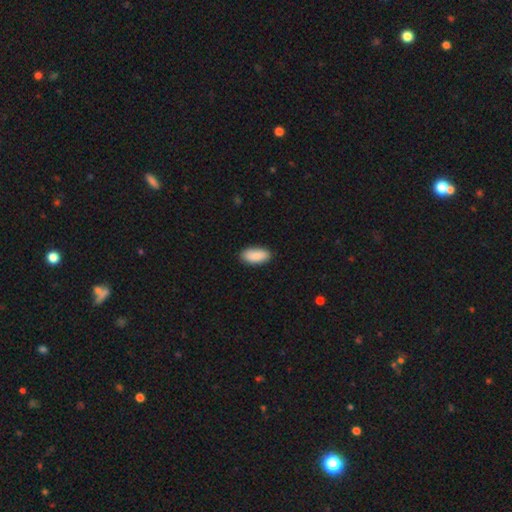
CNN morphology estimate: A smooth galaxy with no disk features (90%) that is in between round and cigar-shaped (90%).

Vote fractions:
- Smooth or featured? smooth: 90% / star or artifact: 6% / featured or disk: 4%
- How rounded? in between: 90% / cigar-shaped: 8% / round: 2%
- Merging? none: 88% / minor disturbance: 9% / major disturbance: 2% / merger: 1%